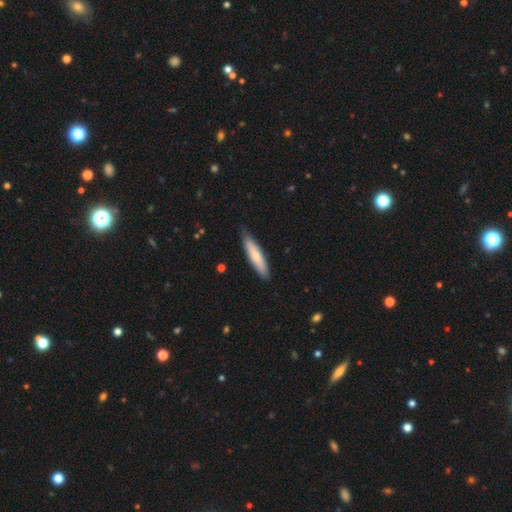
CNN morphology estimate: Smooth or featured: smooth — 70% (featured or disk — 25%)
How rounded: cigar-shaped — 82% (in between — 17%)
Merging: none — 78% (minor disturbance — 18%)